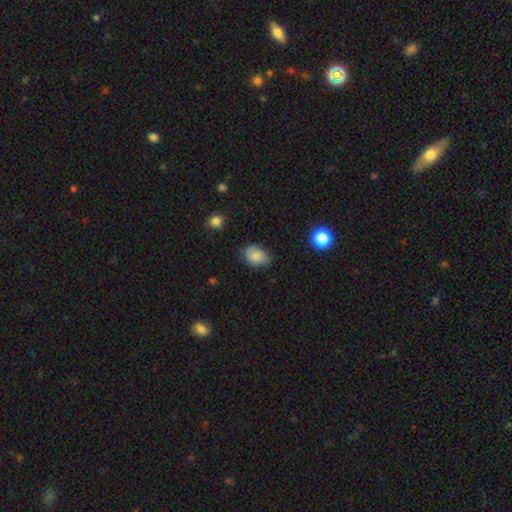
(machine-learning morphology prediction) Overall: smooth (79%). How rounded: in between (65%; round 34%). Merging: none (61%; minor disturbance 31%).